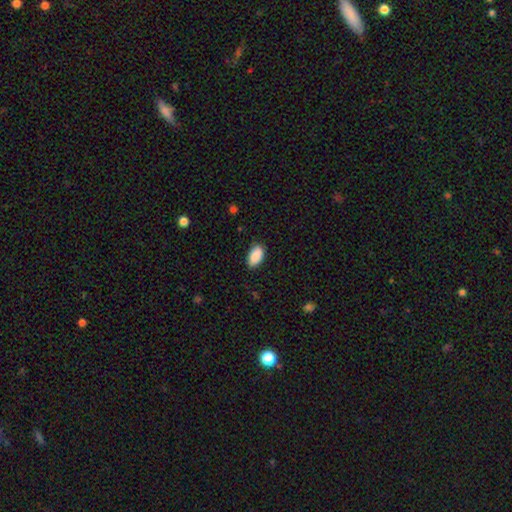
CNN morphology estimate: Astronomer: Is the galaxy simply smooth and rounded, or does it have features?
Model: smooth — 90%.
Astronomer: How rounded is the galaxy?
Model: in between — 94%.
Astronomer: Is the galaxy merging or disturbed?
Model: none — 81%.